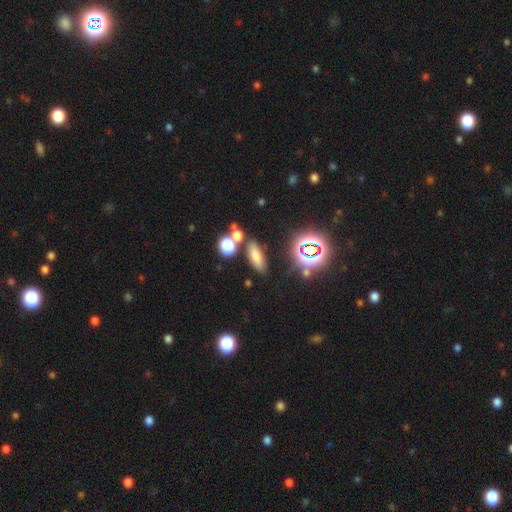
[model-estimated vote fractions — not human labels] Smooth or featured: smooth — 64% (star or artifact — 23%)
How rounded: in between — 57% (cigar-shaped — 34%)
Merging: none — 75% (merger — 10%)